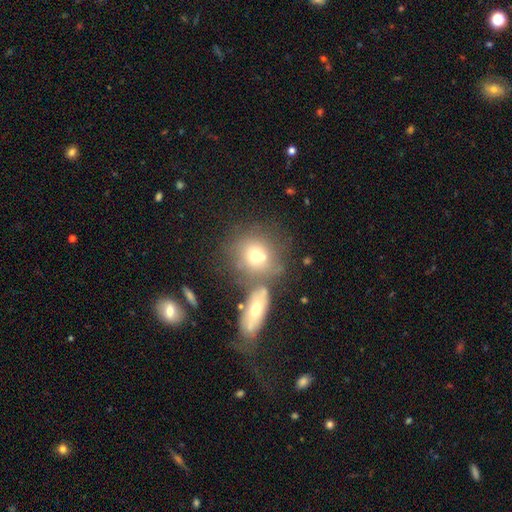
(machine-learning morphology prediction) smooth 67%, featured or disk 21%, star or artifact 12%. Down the decision tree: how rounded — round (76%); merging — none (46%).